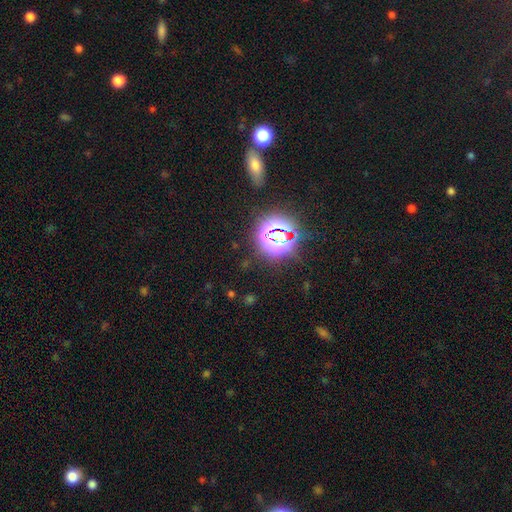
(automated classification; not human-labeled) star or artifact 79%, smooth 14%, featured or disk 8%.